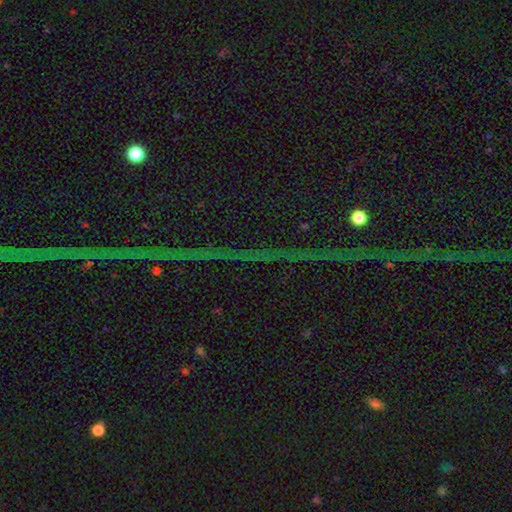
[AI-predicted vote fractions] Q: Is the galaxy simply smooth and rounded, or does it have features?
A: star or artifact — 84%.